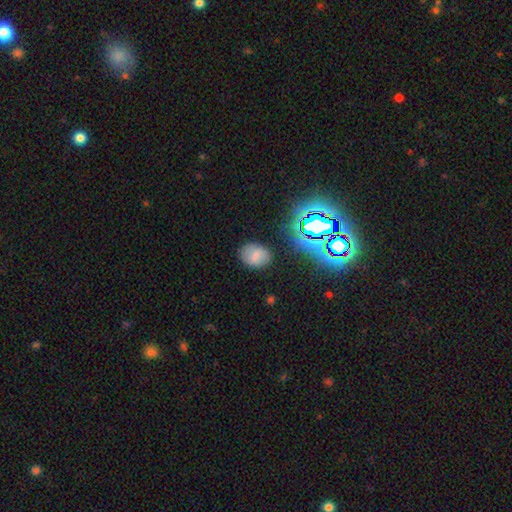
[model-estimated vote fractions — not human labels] Morphology: type=smooth (63%); roundness=in between (51%); merging=none (81%).